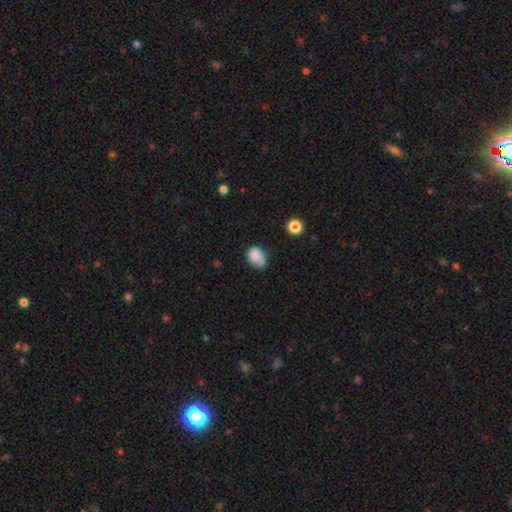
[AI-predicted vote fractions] Smooth or featured? Predicted: smooth (p=0.81). How rounded? Predicted: in between (p=0.63). Merging? Predicted: none (p=0.48).